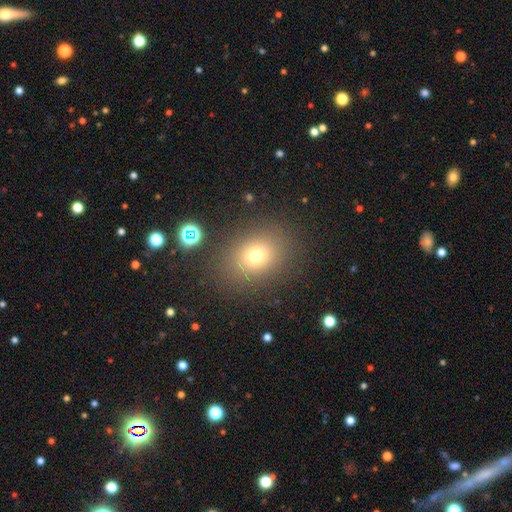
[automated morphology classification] Overall: smooth (71%). How rounded: round (50%; in between 49%). Merging: none (84%).